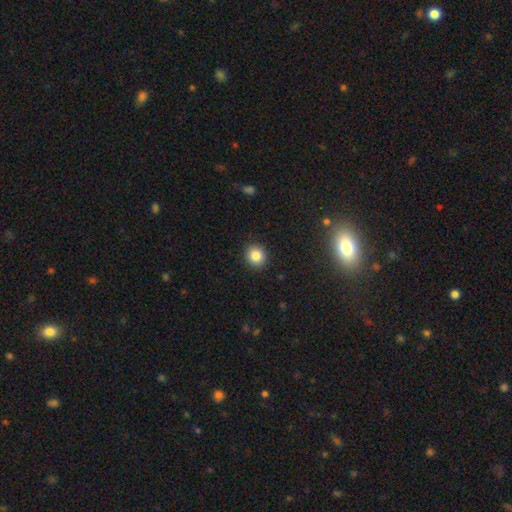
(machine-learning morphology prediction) This appears to be a smooth galaxy with no disk features (85%) that is round (85%). Merging: none (91%).